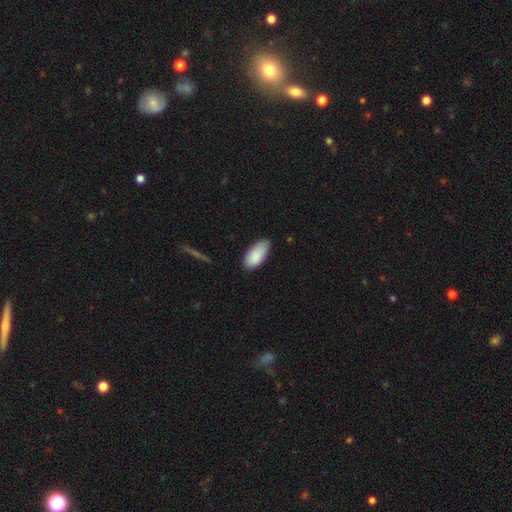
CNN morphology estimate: Smooth or featured?
  - smooth: 87% *
  - featured or disk: 7%
  - star or artifact: 6%
How rounded?
  - in between: 92% *
  - cigar-shaped: 6%
  - round: 2%
Merging?
  - none: 71% *
  - minor disturbance: 24%
  - major disturbance: 3%
  - merger: 2%